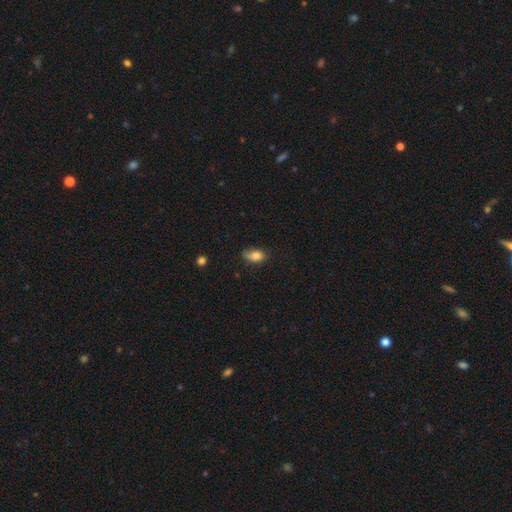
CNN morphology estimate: Overall: smooth (82%). How rounded: in between (85%). Merging: none (58%; minor disturbance 33%).